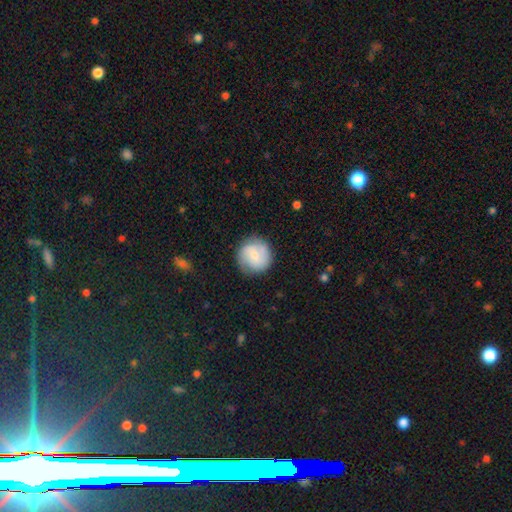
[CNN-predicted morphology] Smooth or featured?
  - smooth: 52% *
  - featured or disk: 41%
  - star or artifact: 7%
How rounded?
  - round: 93% *
  - in between: 6%
  - cigar-shaped: 1%
Merging?
  - none: 81% *
  - minor disturbance: 13%
  - major disturbance: 4%
  - merger: 2%